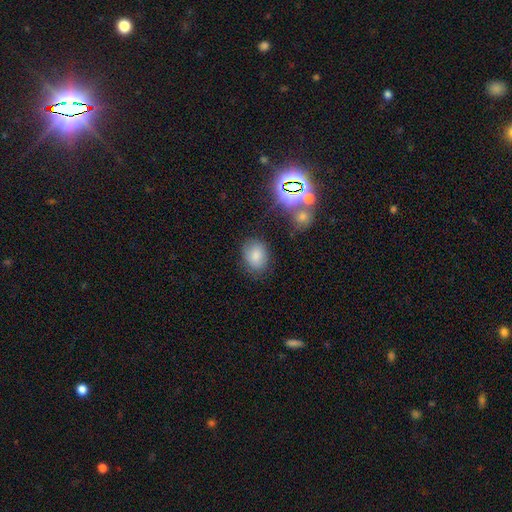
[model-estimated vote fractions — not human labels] Smooth or featured?
  - smooth: 80% *
  - star or artifact: 12%
  - featured or disk: 8%
How rounded?
  - in between: 63% *
  - round: 36%
  - cigar-shaped: 1%
Merging?
  - none: 77% *
  - minor disturbance: 15%
  - major disturbance: 5%
  - merger: 3%